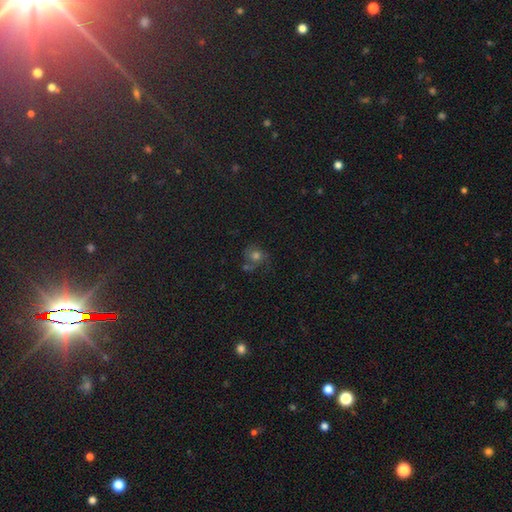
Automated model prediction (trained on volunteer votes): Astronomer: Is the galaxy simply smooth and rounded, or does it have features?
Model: smooth — 52%.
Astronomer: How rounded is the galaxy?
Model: round — 76%.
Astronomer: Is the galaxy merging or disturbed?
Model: none — 49%.